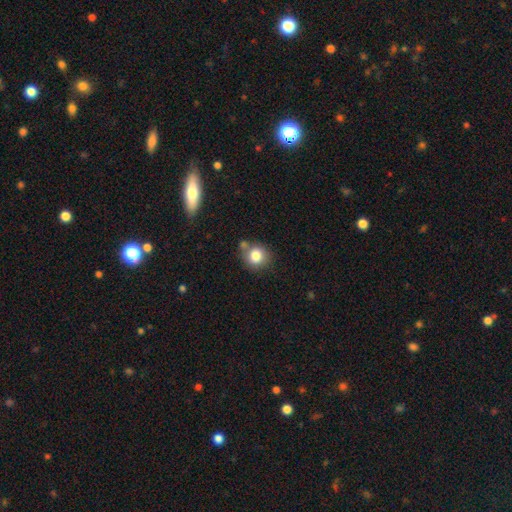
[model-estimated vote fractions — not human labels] This is clearly a smooth galaxy (82%). How rounded: clearly round (82%). Merging: likely none (66%).